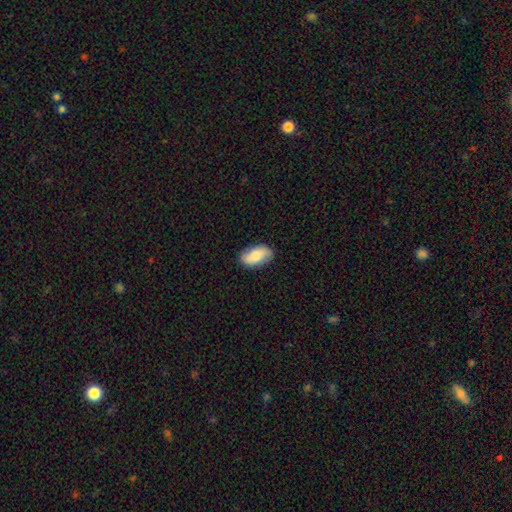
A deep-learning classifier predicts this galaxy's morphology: Q: Smooth or featured?
A: smooth (61%); runner-up: featured or disk (32%)
Q: How rounded?
A: in between (93%); runner-up: round (4%)
Q: Merging?
A: none (85%); runner-up: minor disturbance (12%)